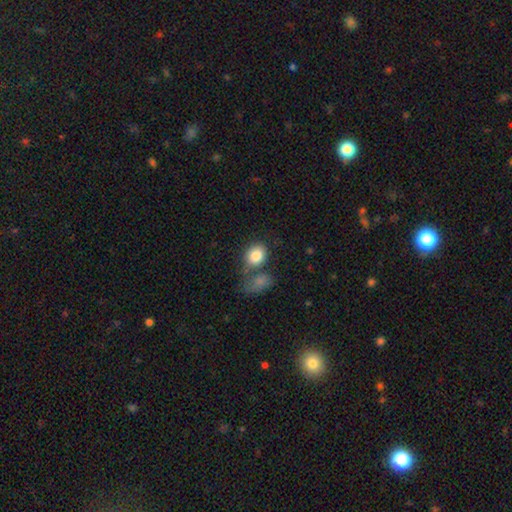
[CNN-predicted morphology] This appears to be a smooth galaxy with no disk features (84%) that is in between round and cigar-shaped (50%). Merging: none (49%).